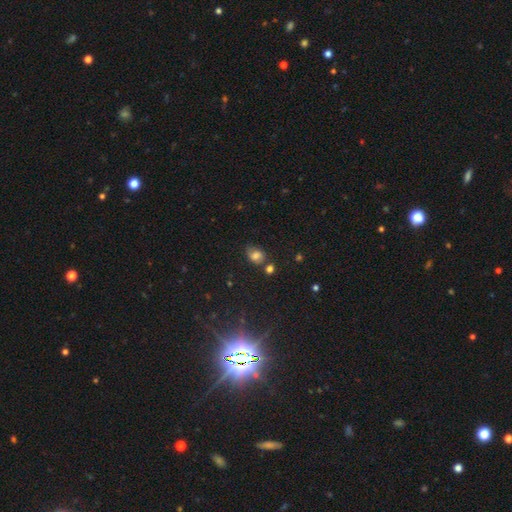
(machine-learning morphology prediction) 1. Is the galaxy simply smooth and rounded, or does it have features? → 71% smooth, 15% star or artifact, 13% featured or disk.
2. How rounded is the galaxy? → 69% in between, 30% round, 1% cigar-shaped.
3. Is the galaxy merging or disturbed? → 61% none, 21% minor disturbance, 12% merger, 6% major disturbance.